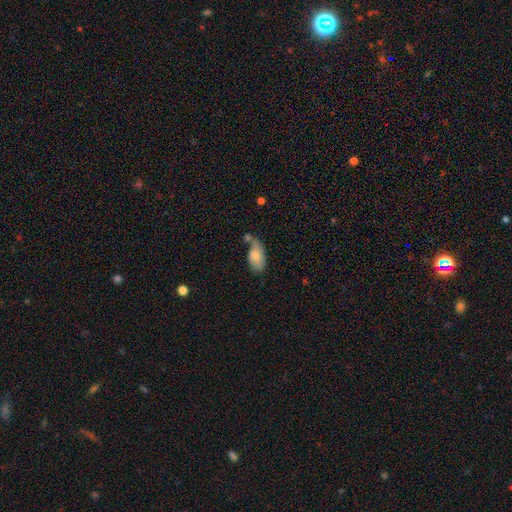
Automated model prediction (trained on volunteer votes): This appears to be a smooth galaxy with no disk features (77%) that is in between round and cigar-shaped (93%). Merging: none (35%).